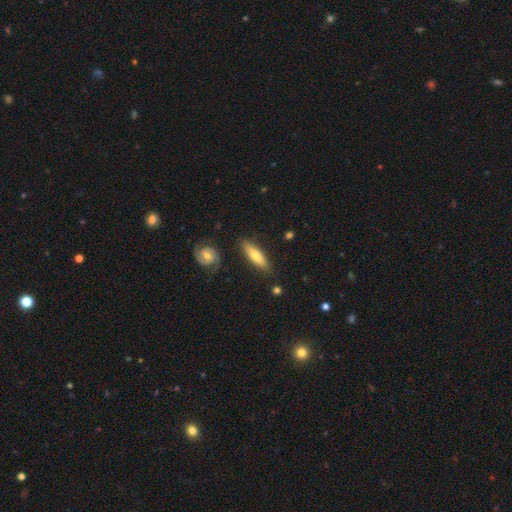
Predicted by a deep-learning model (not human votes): smooth-or-featured: smooth: 66% | featured or disk: 28% | star or artifact: 5%
  how-rounded: cigar-shaped: 62% | in between: 36% | round: 2%
  merging: none: 82% | minor disturbance: 12% | merger: 3% | major disturbance: 3%